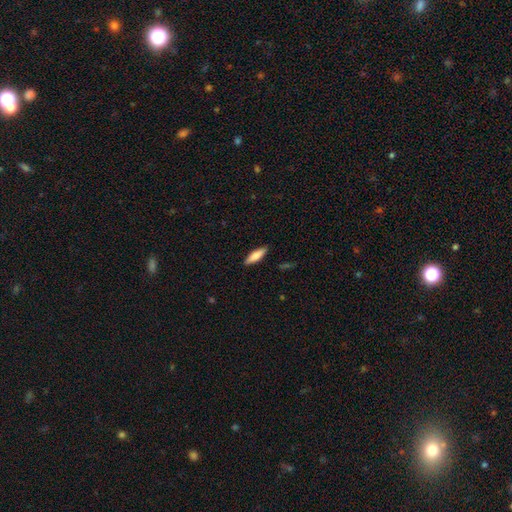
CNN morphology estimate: Q: Smooth or featured?
A: smooth (77%); runner-up: featured or disk (18%)
Q: How rounded?
A: cigar-shaped (59%); runner-up: in between (40%)
Q: Merging?
A: none (89%); runner-up: minor disturbance (8%)